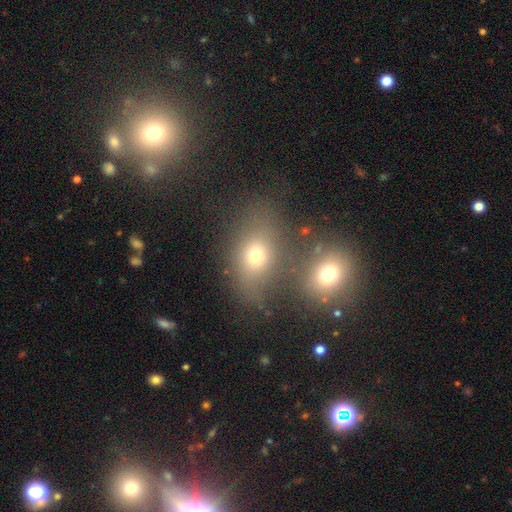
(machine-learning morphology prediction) Smooth or featured? smooth (67%)
How rounded? in between (58%)
Merging? none (44%)